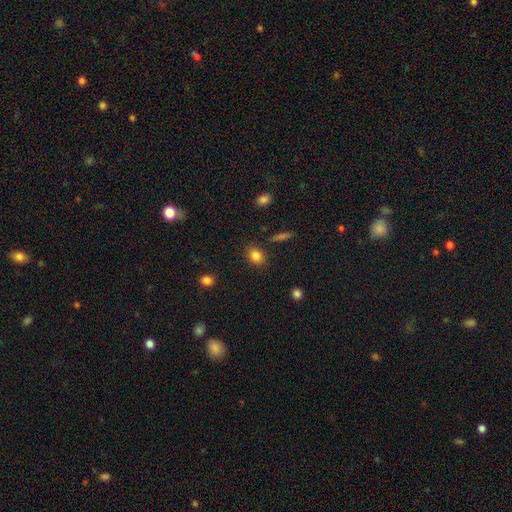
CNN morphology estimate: Overall: smooth (84%). How rounded: round (52%; in between 46%). Merging: none (85%).